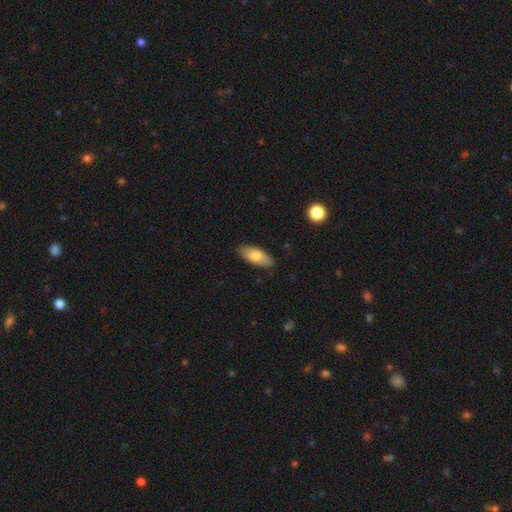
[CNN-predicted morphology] Q: Smooth or featured?
A: smooth (78%); runner-up: featured or disk (16%)
Q: How rounded?
A: in between (84%); runner-up: cigar-shaped (14%)
Q: Merging?
A: none (84%); runner-up: minor disturbance (12%)